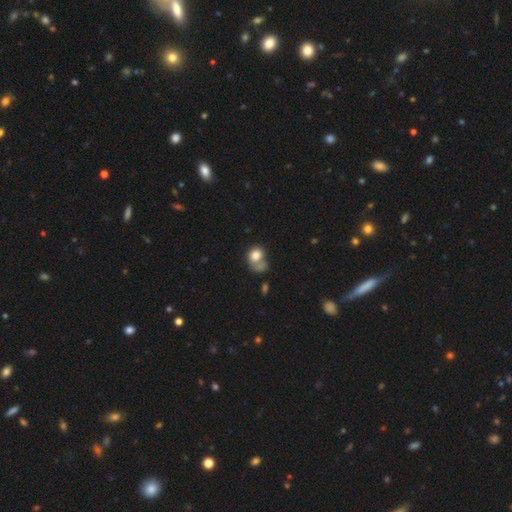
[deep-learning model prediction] smooth_or_featured: smooth (p=0.77) [alt: featured or disk p=0.13]
how_rounded: round (p=0.57) [alt: in between p=0.42]
merging: merger (p=0.33) [alt: none p=0.28]